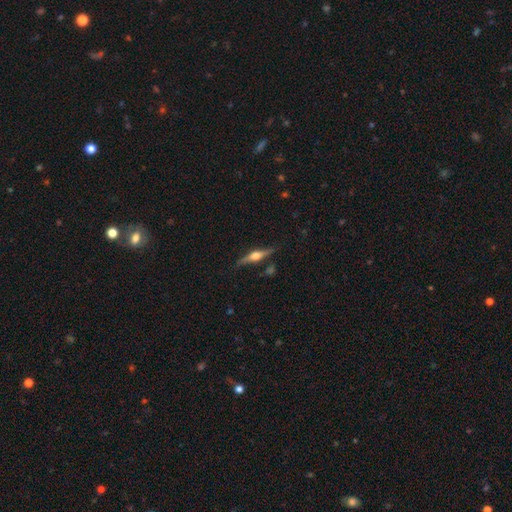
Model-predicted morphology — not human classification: Q: Smooth or featured?
A: featured or disk (71%); runner-up: smooth (24%)
Q: Edge-on disk?
A: yes (97%); runner-up: no (3%)
Q: Edge-on bulge?
A: rounded (93%); runner-up: boxy (5%)
Q: Merging?
A: none (81%); runner-up: minor disturbance (13%)